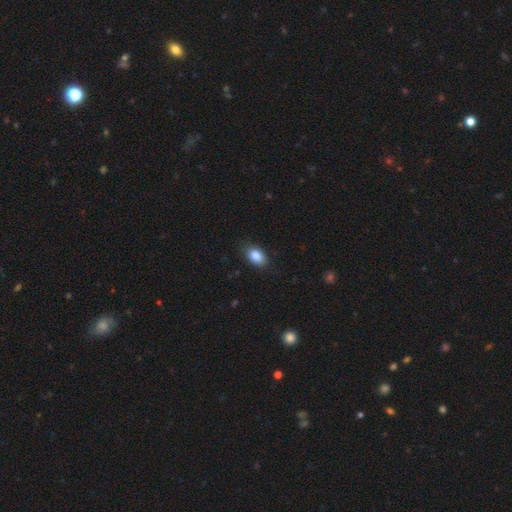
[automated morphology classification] Q: Smooth or featured?
A: smooth (87%); runner-up: star or artifact (8%)
Q: How rounded?
A: in between (87%); runner-up: round (12%)
Q: Merging?
A: none (83%); runner-up: minor disturbance (13%)